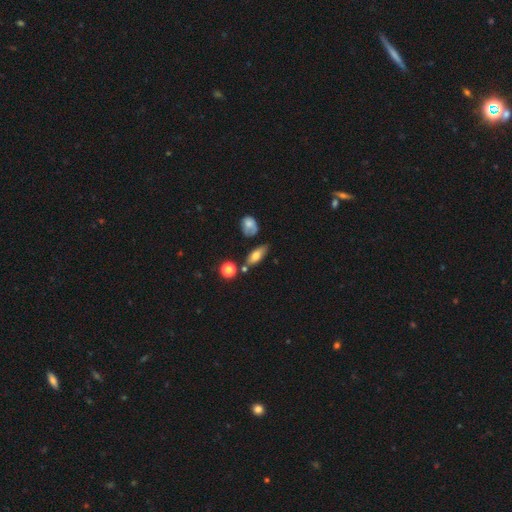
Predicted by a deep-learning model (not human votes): This is likely a smooth galaxy (70%). How rounded: likely in between (73%). Merging: possibly none (59%).